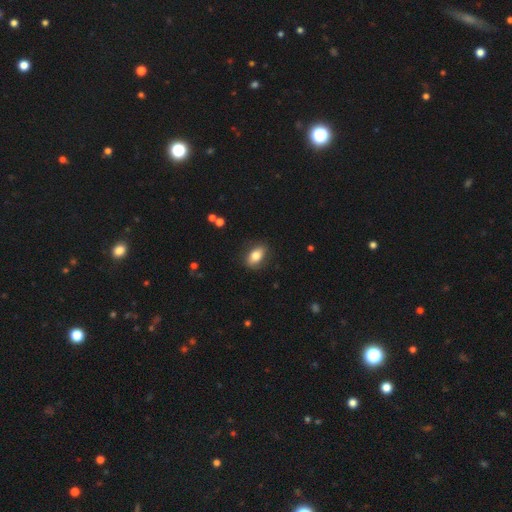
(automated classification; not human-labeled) Overall: smooth (78%). How rounded: in between (85%). Merging: none (84%).